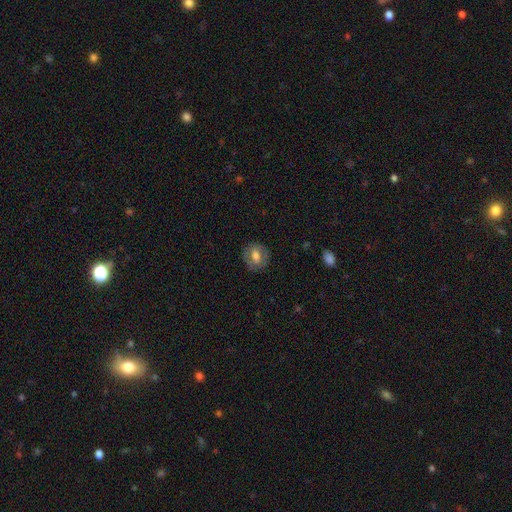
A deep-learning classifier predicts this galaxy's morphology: The model was most divided on "how rounded": round: 62%, in between: 37%, cigar-shaped: 1%. More confident: merging — none (82%); smooth or featured — smooth (59%).